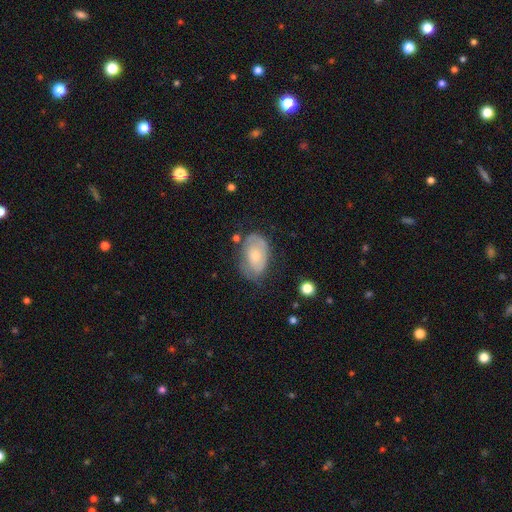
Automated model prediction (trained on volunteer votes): featured or disk 48%, smooth 46%, star or artifact 7%. Down the decision tree: merging — none (54%).